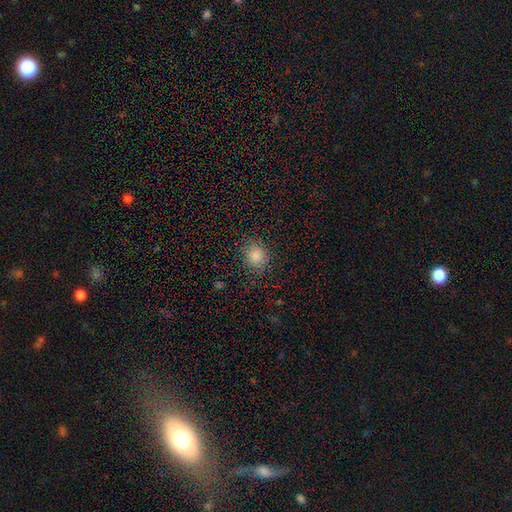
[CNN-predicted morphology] smooth 83%, star or artifact 13%, featured or disk 5%. Down the decision tree: how rounded — round (73%); merging — none (85%).